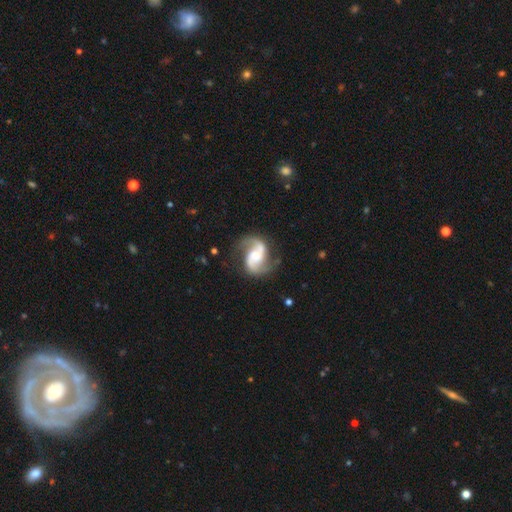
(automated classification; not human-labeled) smooth-or-featured: featured or disk: 90% | smooth: 5% | star or artifact: 5%
  disk-edge-on: no: 98% | yes: 2%
    bar: no: 44% | weak: 40% | strong: 16%
    has-spiral-arms: yes: 98% | no: 2%
      spiral-winding: medium: 51% | loose: 37% | tight: 12%
      spiral-arm-count: 2: 93% | can't tell: 2% | 1: 2% | 3: 1% | 4: 1% | more than 4: 1%
    bulge-size: moderate: 47% | small: 39% | large: 7% | none: 5% | dominant: 1%
  merging: none: 76% | minor disturbance: 15% | major disturbance: 7% | merger: 2%